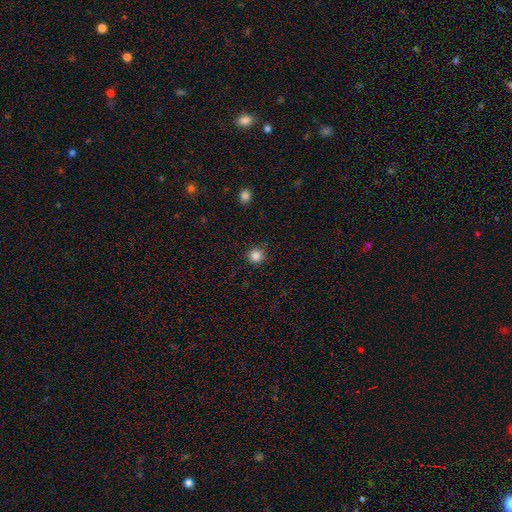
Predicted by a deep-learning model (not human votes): Overall: smooth (85%). How rounded: round (94%). Merging: none (87%).